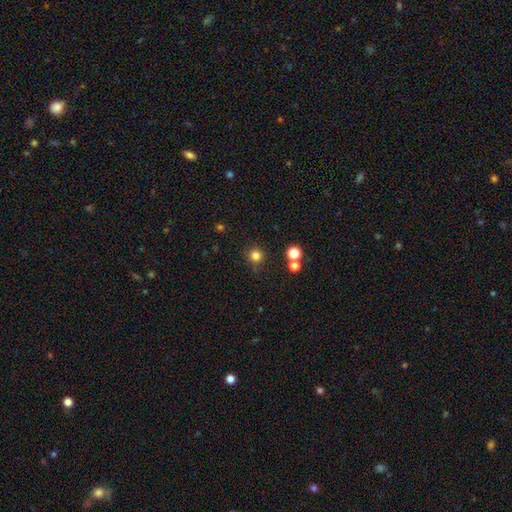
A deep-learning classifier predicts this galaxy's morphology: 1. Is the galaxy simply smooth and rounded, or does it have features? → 80% smooth, 15% star or artifact, 5% featured or disk.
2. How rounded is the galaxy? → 94% round, 5% in between, 1% cigar-shaped.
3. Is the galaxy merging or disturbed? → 81% none, 10% minor disturbance, 5% merger, 3% major disturbance.